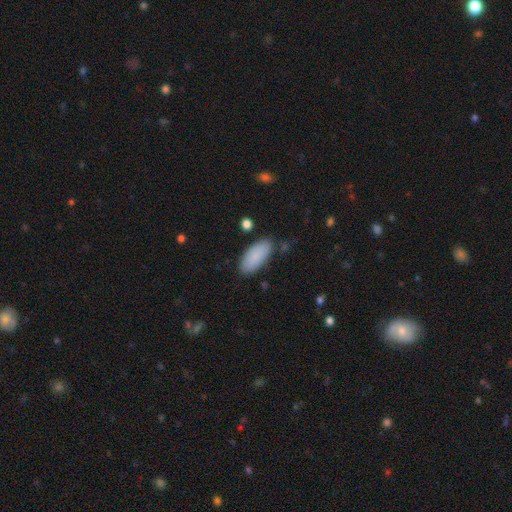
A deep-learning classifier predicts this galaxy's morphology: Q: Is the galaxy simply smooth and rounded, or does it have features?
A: smooth — 86%.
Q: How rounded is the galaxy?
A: in between — 86%.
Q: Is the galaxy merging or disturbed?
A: none — 82%.